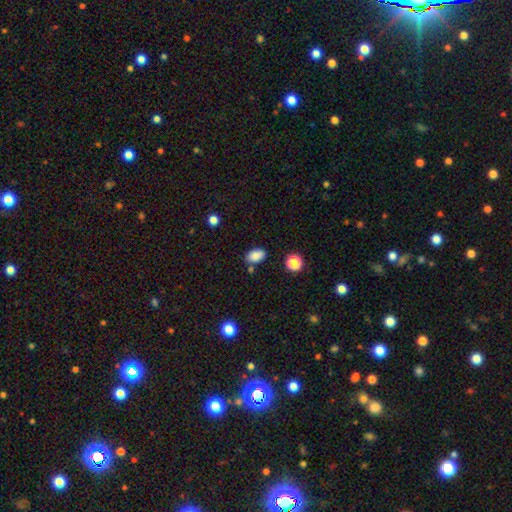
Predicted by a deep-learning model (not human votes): Smooth or featured?
  - smooth: 86% *
  - star or artifact: 9%
  - featured or disk: 5%
How rounded?
  - in between: 89% *
  - round: 10%
  - cigar-shaped: 1%
Merging?
  - none: 78% *
  - minor disturbance: 13%
  - merger: 6%
  - major disturbance: 3%